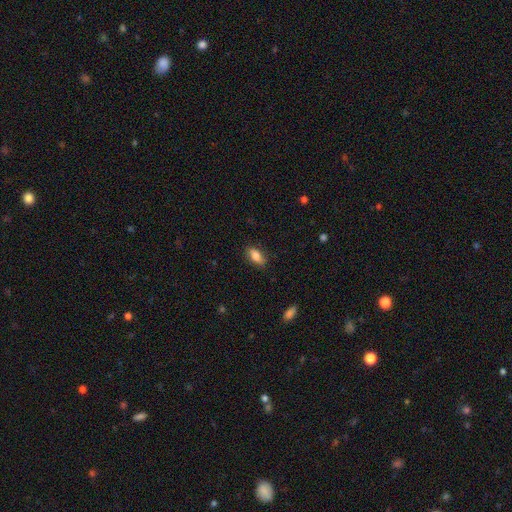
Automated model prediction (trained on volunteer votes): A smooth galaxy with no disk features (82%) that is in between round and cigar-shaped (85%). Merging: none (82%).